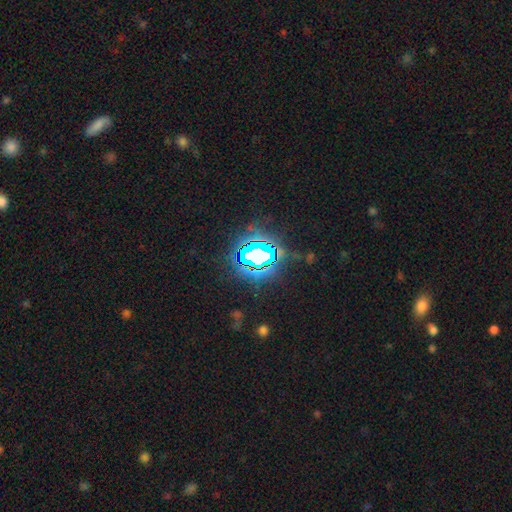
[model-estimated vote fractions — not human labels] Smooth or featured: star or artifact — 71% (smooth — 16%)